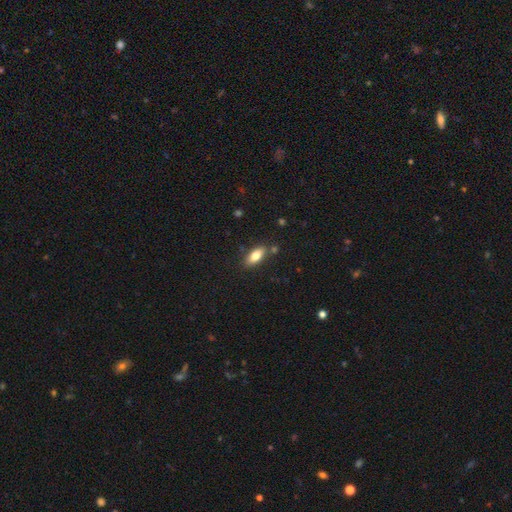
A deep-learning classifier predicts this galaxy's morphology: type=smooth (77%); roundness=in between (81%); merging=none (79%).